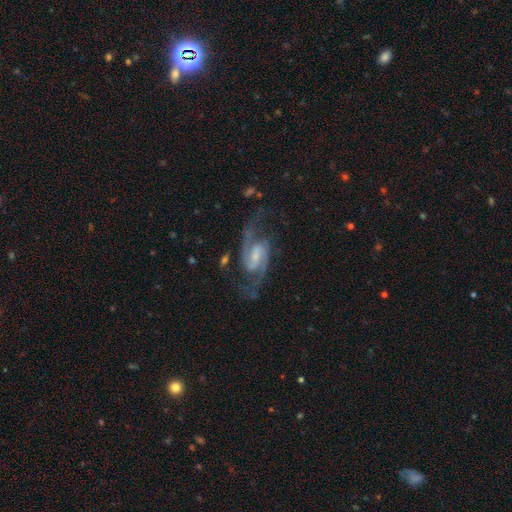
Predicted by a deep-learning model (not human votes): Smooth or featured?
  - featured or disk: 90% *
  - star or artifact: 5%
  - smooth: 5%
Edge-on disk?
  - no: 97% *
  - yes: 3%
Bar?
  - weak: 53% *
  - strong: 24%
  - no: 23%
Spiral arms?
  - yes: 98% *
  - no: 2%
Spiral winding?
  - medium: 57% *
  - loose: 29%
  - tight: 15%
Spiral arm count?
  - 2: 92% *
  - can't tell: 2%
  - 3: 2%
  - 1: 1%
  - 4: 1%
  - more than 4: 1%
Bulge size?
  - small: 49% *
  - moderate: 29%
  - none: 16%
  - large: 5%
  - dominant: 1%
Merging?
  - none: 70% *
  - minor disturbance: 15%
  - major disturbance: 13%
  - merger: 2%